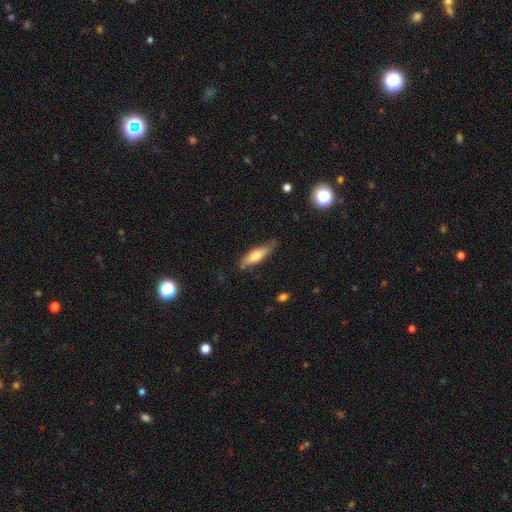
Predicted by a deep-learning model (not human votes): smooth-or-featured: smooth: 57% | featured or disk: 37% | star or artifact: 6%
  how-rounded: cigar-shaped: 67% | in between: 31% | round: 2%
  merging: none: 71% | minor disturbance: 23% | major disturbance: 4% | merger: 2%